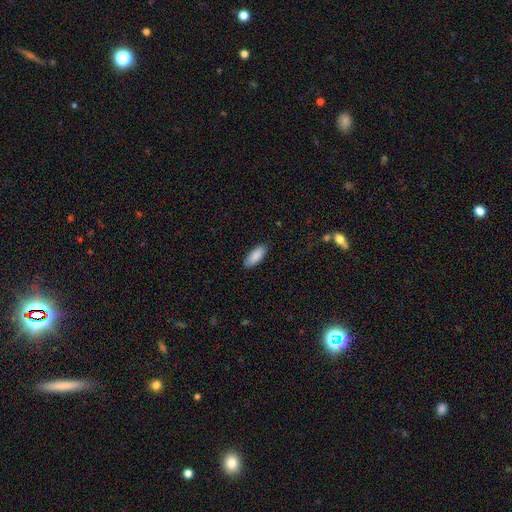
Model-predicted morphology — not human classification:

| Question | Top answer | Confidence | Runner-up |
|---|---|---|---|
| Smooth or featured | smooth | 89% | star or artifact (6%) |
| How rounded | in between | 79% | cigar-shaped (20%) |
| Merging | none | 86% | minor disturbance (11%) |